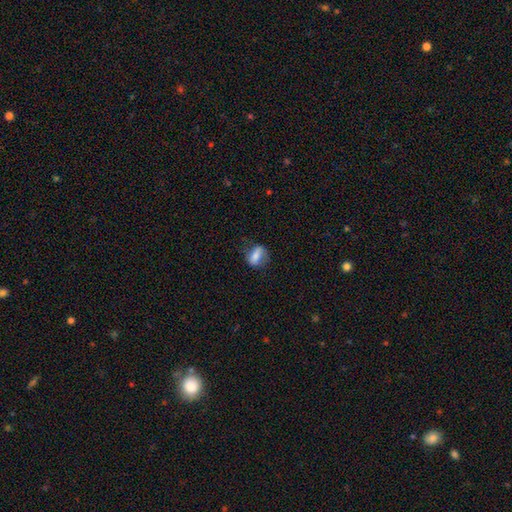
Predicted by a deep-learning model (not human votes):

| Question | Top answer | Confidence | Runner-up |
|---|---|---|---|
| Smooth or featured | smooth | 68% | featured or disk (23%) |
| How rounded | in between | 71% | round (20%) |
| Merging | none | 66% | minor disturbance (23%) |